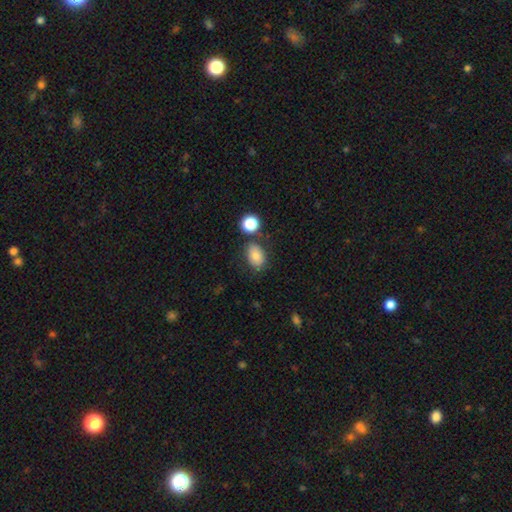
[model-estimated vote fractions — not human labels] Q: Smooth or featured?
A: smooth (82%); runner-up: star or artifact (10%)
Q: How rounded?
A: in between (83%); runner-up: round (15%)
Q: Merging?
A: none (72%); runner-up: minor disturbance (15%)